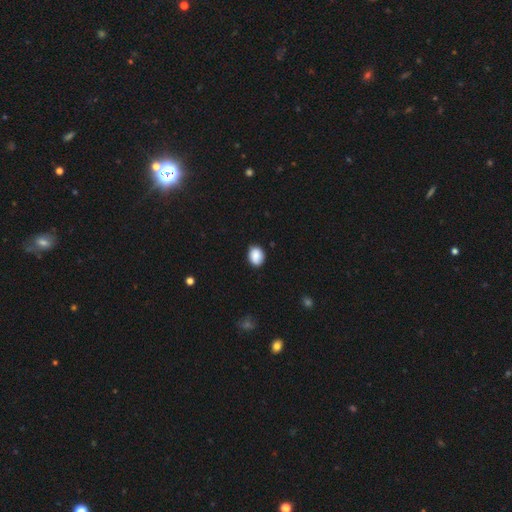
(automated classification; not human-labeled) Smooth or featured?
  - smooth: 88% *
  - star or artifact: 7%
  - featured or disk: 4%
How rounded?
  - in between: 57% *
  - round: 42%
  - cigar-shaped: 1%
Merging?
  - none: 85% *
  - minor disturbance: 12%
  - major disturbance: 2%
  - merger: 1%